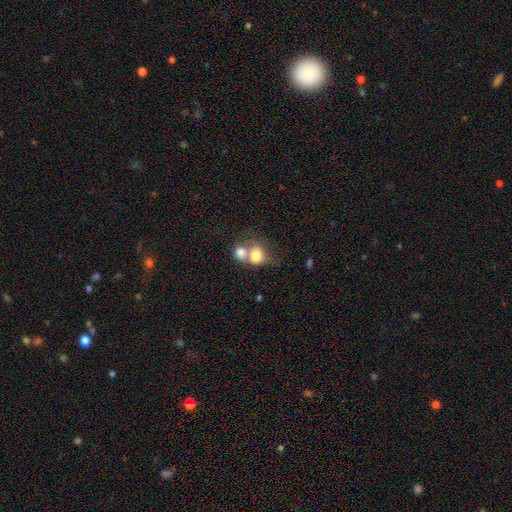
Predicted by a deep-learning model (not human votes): Smooth or featured?
  - smooth: 76% *
  - featured or disk: 15%
  - star or artifact: 9%
How rounded?
  - round: 61% *
  - in between: 38%
  - cigar-shaped: 1%
Merging?
  - merger: 65% *
  - none: 22%
  - minor disturbance: 8%
  - major disturbance: 6%